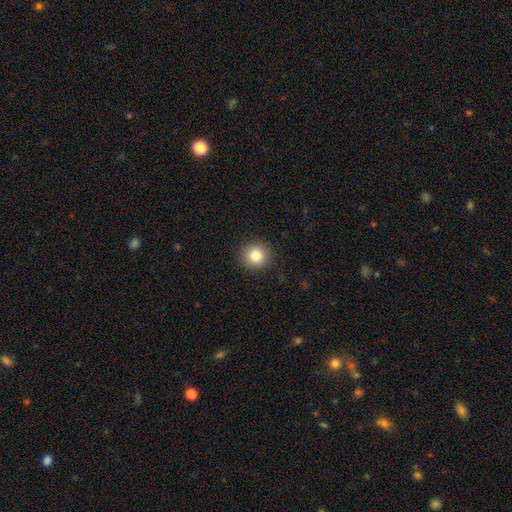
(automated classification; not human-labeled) Smooth or featured?
  - smooth: 83% *
  - star or artifact: 11%
  - featured or disk: 6%
How rounded?
  - round: 93% *
  - in between: 7%
  - cigar-shaped: 1%
Merging?
  - none: 91% *
  - minor disturbance: 6%
  - major disturbance: 2%
  - merger: 1%